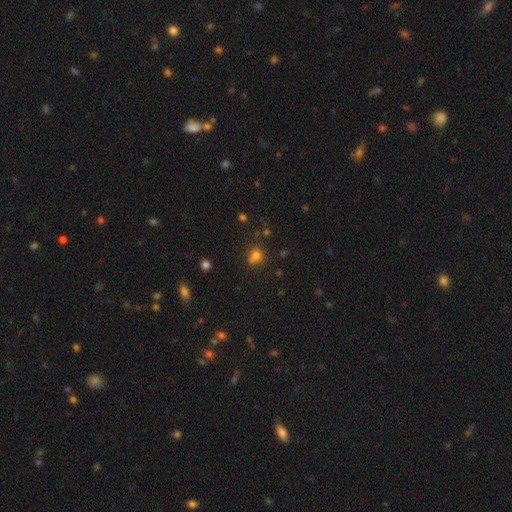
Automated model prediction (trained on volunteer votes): The model was most divided on "merging": none: 54%, merger: 28%, minor disturbance: 13%, major disturbance: 5%. More confident: how rounded — round (80%); smooth or featured — smooth (73%).